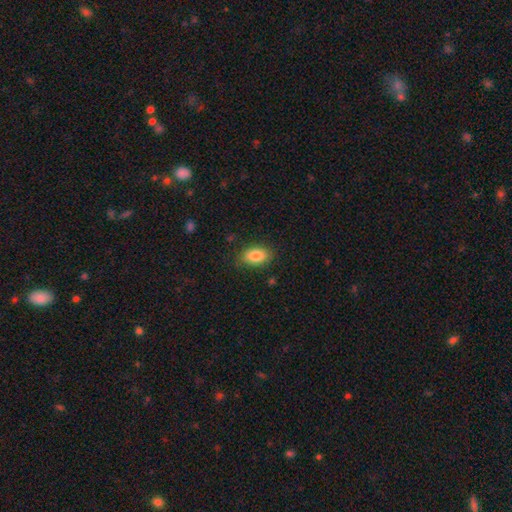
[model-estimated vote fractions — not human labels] smooth-or-featured: smooth: 86% | star or artifact: 7% | featured or disk: 7%
  how-rounded: in between: 92% | round: 6% | cigar-shaped: 2%
  merging: none: 83% | minor disturbance: 12% | major disturbance: 3% | merger: 1%